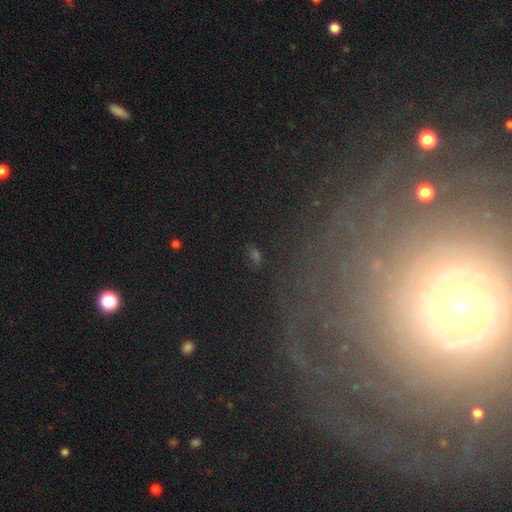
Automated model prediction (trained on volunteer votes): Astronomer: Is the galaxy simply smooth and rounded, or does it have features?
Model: star or artifact — 41% (runner-up: smooth, 33%).